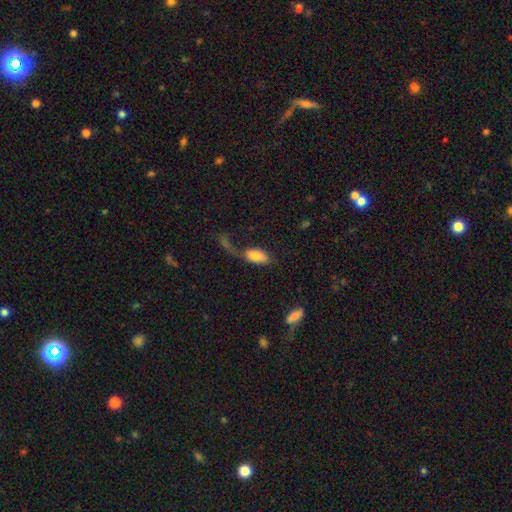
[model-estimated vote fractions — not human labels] The model was most divided on "merging": major disturbance: 44%, none: 27%, minor disturbance: 16%, merger: 14%. More confident: how rounded — in between (91%); smooth or featured — smooth (72%).